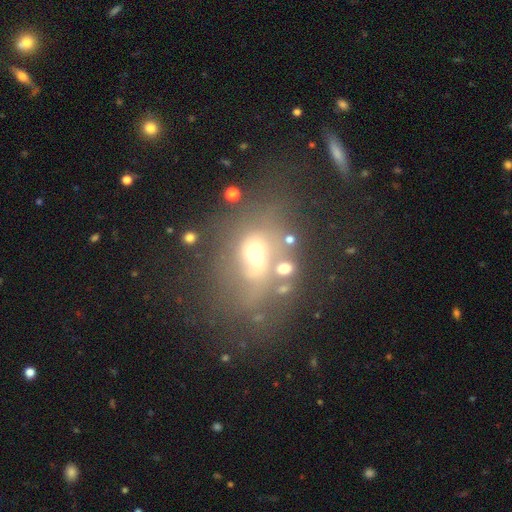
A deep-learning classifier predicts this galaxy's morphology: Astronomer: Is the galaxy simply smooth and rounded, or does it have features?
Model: smooth — 42% (runner-up: featured or disk, 37%).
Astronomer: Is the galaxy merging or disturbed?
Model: none — 49%.